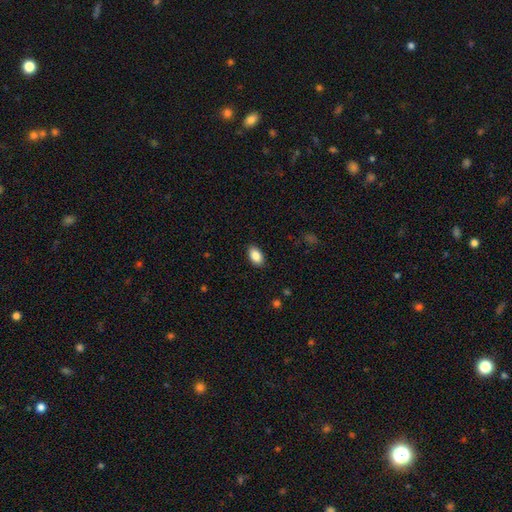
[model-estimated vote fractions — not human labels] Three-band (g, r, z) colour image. It shows a smooth galaxy with no disk features (87%) that is in between round and cigar-shaped (92%). Merging: none (88%).